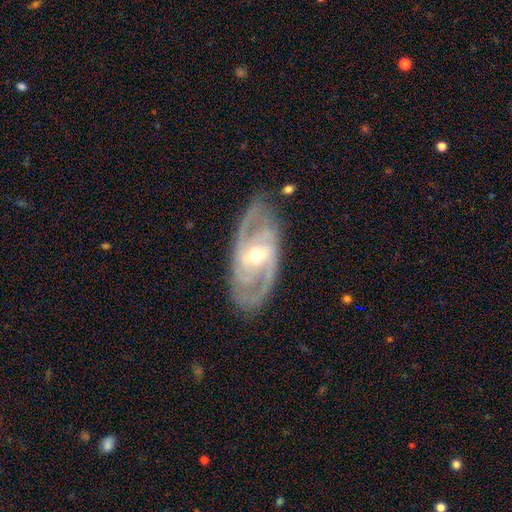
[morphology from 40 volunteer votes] type=featured or disk (95%); edge-on=no (100%); bar=weak (50%); spiral arms=yes (100%); winding=medium (58%); arm count=2 (66%); bulge=small (63%); merging=none (79%).